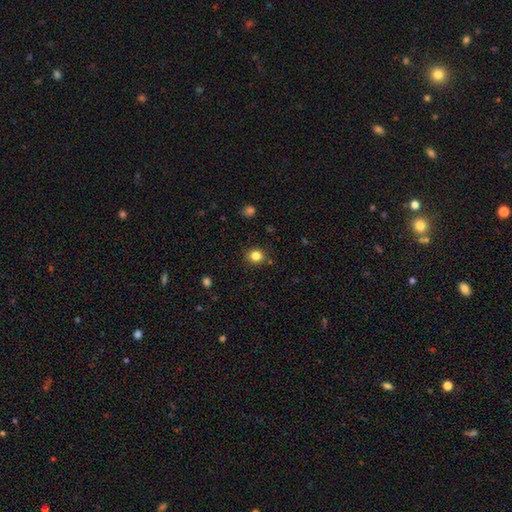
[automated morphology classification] smooth-or-featured: smooth: 83% | star or artifact: 12% | featured or disk: 5%
  how-rounded: round: 84% | in between: 15% | cigar-shaped: 1%
  merging: none: 88% | minor disturbance: 8% | major disturbance: 2% | merger: 2%